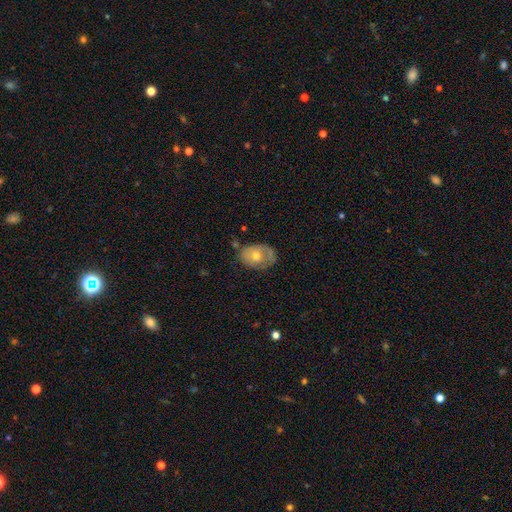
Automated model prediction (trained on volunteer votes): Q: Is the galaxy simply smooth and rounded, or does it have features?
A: smooth — 49%.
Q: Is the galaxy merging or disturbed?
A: none — 55%.